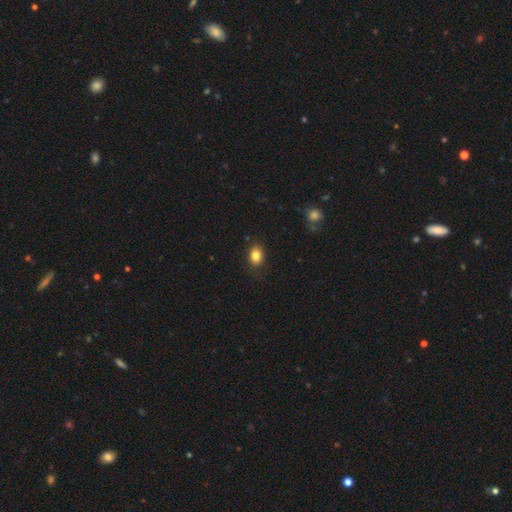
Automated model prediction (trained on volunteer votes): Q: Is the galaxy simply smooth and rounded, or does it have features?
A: smooth — 83%.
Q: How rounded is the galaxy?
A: in between — 69%.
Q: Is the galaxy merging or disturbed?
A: none — 83%.